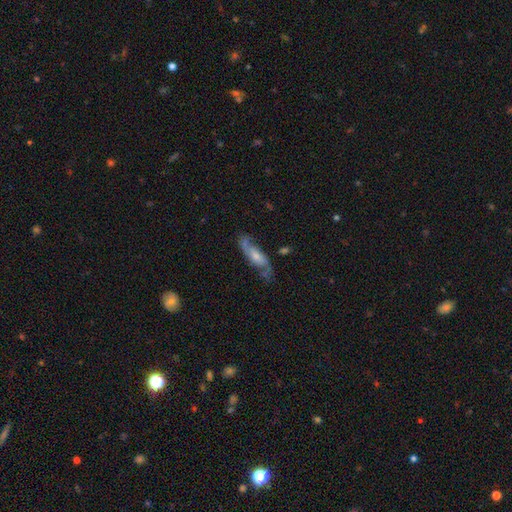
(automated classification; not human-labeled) Overall: featured or disk (72%). Edge-on disk: no (86%). Bar: no (52%; weak 36%). Spiral arms: yes (92%). Spiral arm count: 2 (86%). Spiral winding: loose (50%; medium 37%). Bulge size: small (45%; moderate 39%). Merging: none (66%).